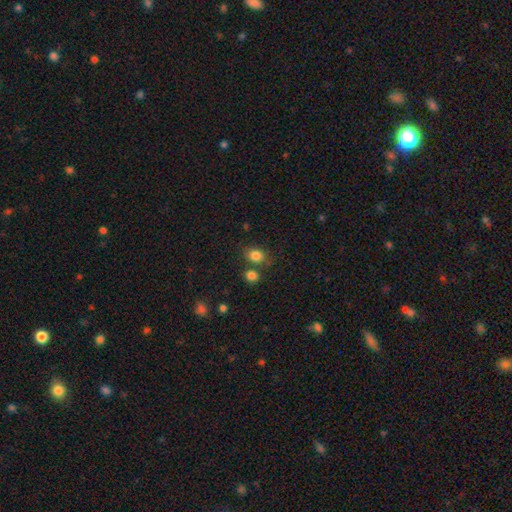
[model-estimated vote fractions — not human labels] This is clearly a smooth galaxy (82%). How rounded: possibly round (50%). Merging: likely none (66%).